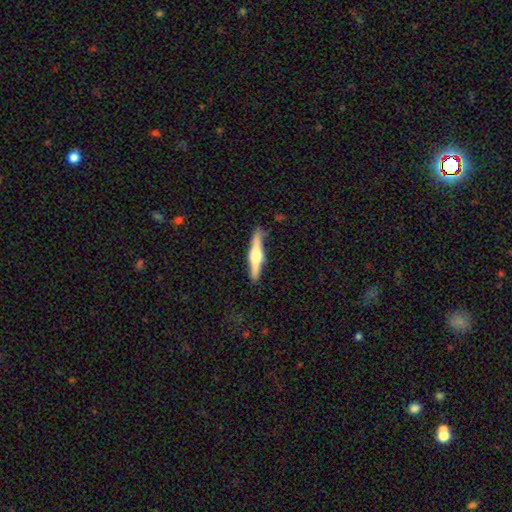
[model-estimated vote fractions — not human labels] featured or disk 65%, smooth 30%, star or artifact 5%. Down the decision tree: edge-on disk — yes (97%); edge-on bulge — rounded (90%); merging — none (86%).